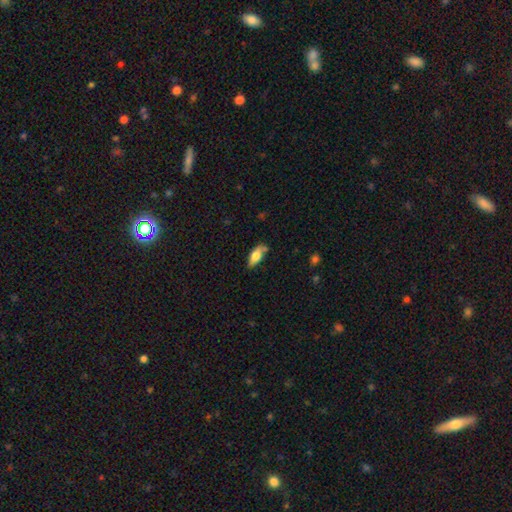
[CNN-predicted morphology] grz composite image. It shows a smooth galaxy with no disk features (71%) that is in between round and cigar-shaped (79%). Merging: none (66%).